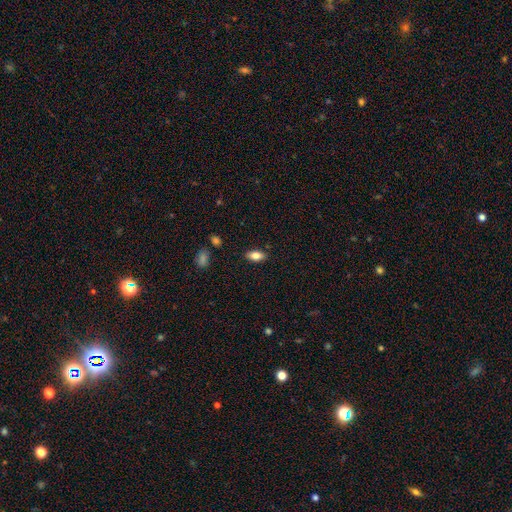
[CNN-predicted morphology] This is clearly a smooth galaxy (81%). How rounded: clearly in between (89%). Merging: clearly none (87%).